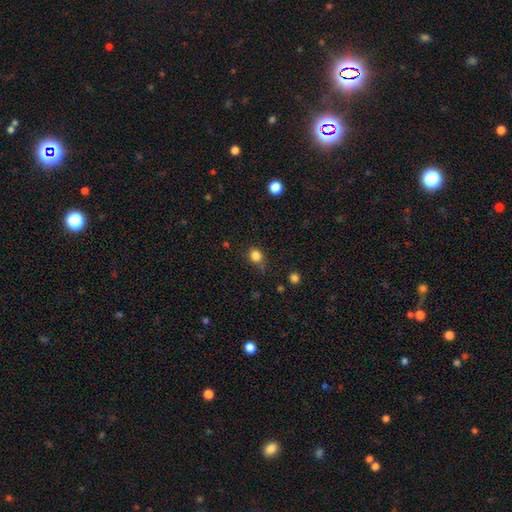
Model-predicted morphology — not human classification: A smooth galaxy with no disk features (83%) that is round (72%). Merging: none (66%).